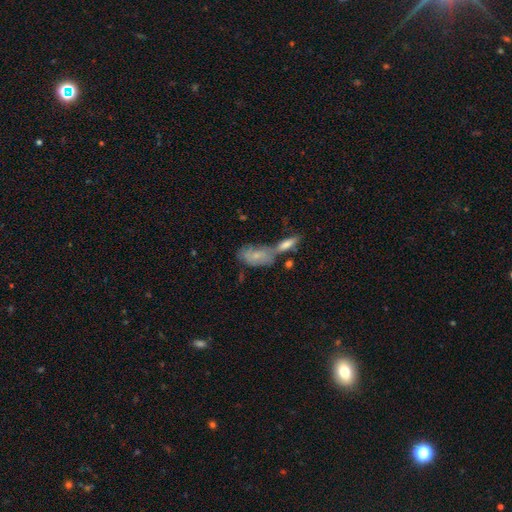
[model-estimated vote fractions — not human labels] smooth_or_featured: smooth (p=0.64) [alt: featured or disk p=0.29]
how_rounded: in between (p=0.86) [alt: cigar-shaped p=0.09]
merging: merger (p=0.43) [alt: none p=0.34]